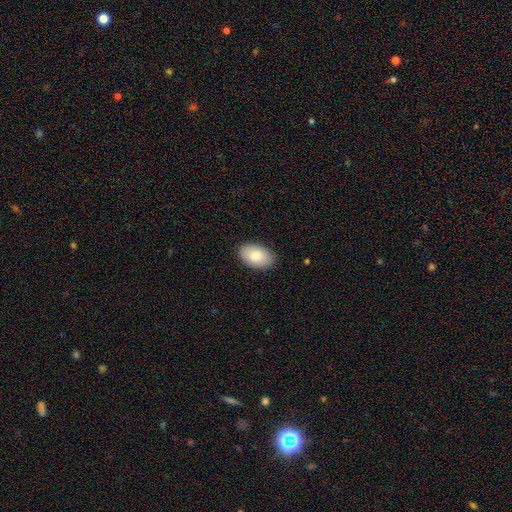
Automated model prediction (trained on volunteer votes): Morphology: type=smooth (84%); roundness=in between (93%); merging=none (88%).